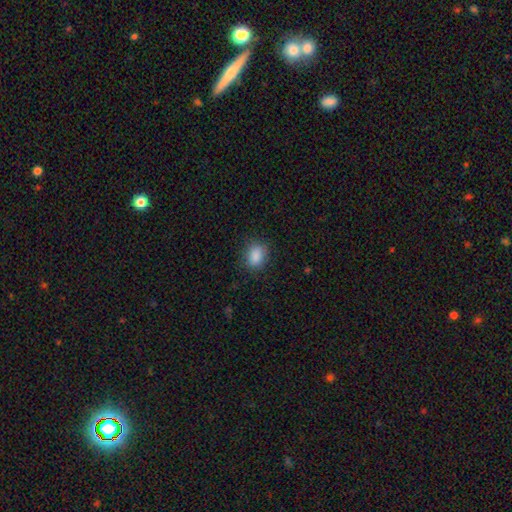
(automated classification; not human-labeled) Overall: smooth (88%). How rounded: in between (76%). Merging: none (82%).